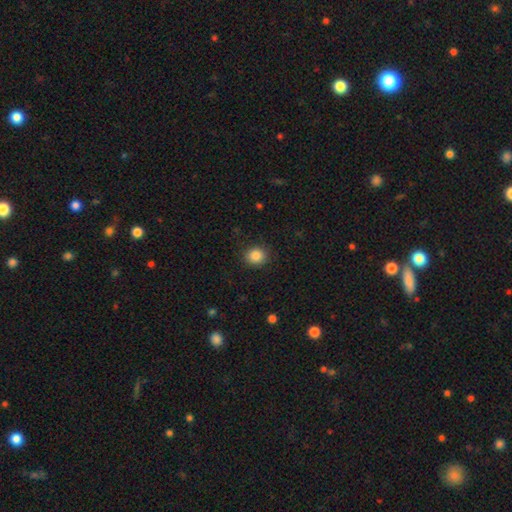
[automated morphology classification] This is clearly a smooth galaxy (86%). How rounded: clearly round (81%). Merging: clearly none (90%).